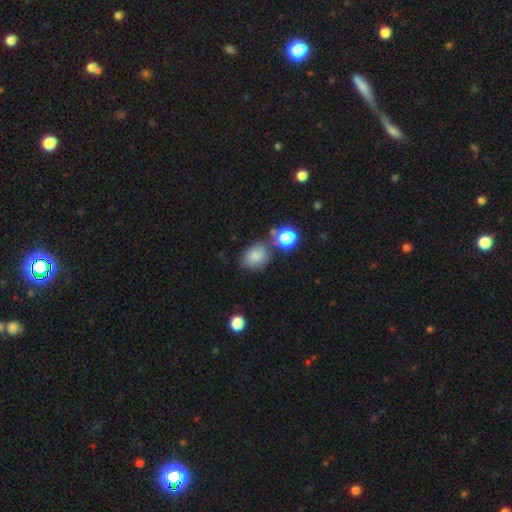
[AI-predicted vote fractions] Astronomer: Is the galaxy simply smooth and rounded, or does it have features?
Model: smooth — 80%.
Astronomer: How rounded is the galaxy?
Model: in between — 56% (runner-up: round, 43%).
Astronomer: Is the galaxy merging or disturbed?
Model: none — 65%.